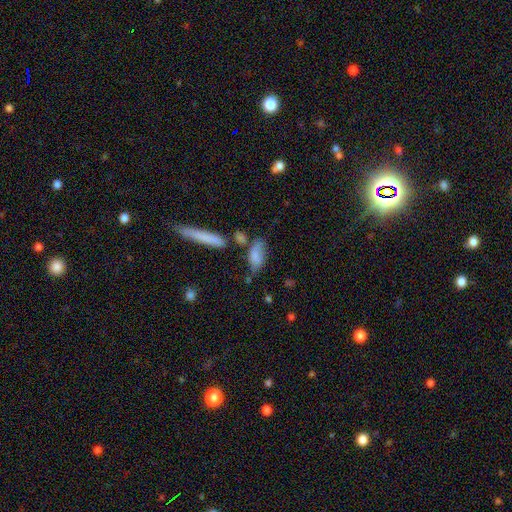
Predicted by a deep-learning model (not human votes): Overall: smooth (75%). How rounded: in between (74%). Merging: none (50%; minor disturbance 24%).